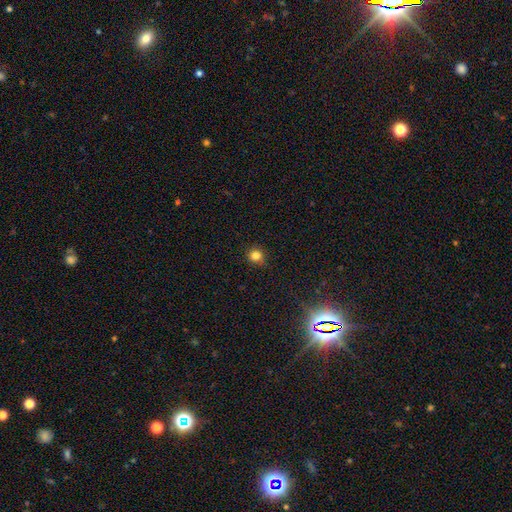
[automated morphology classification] Smooth or featured? Predicted: smooth (p=0.81). How rounded? Predicted: round (p=0.91). Merging? Predicted: none (p=0.87).